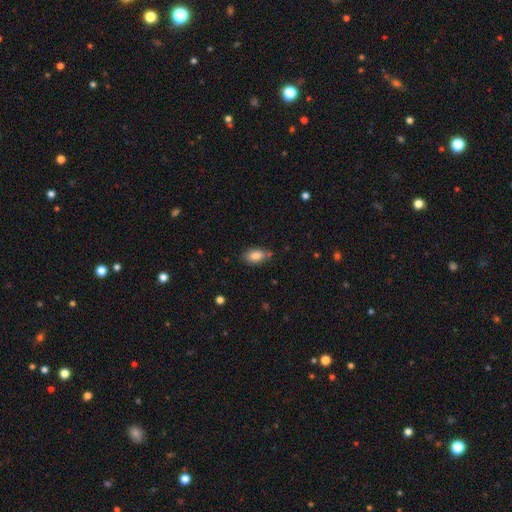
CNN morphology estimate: This appears to be a smooth galaxy with no disk features (84%) that is in between round and cigar-shaped (89%). Merging: none (72%).